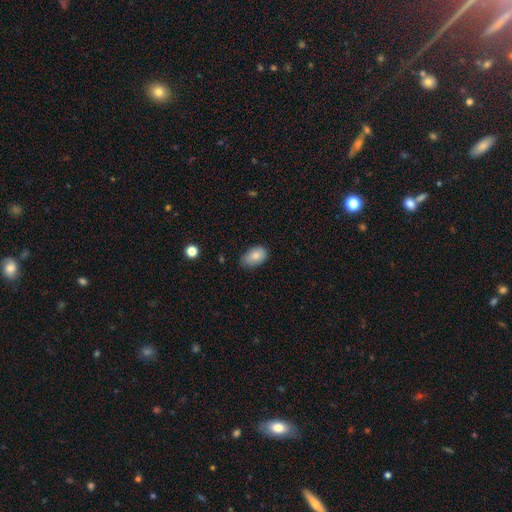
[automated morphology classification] Smooth or featured? Predicted: smooth (p=0.83). How rounded? Predicted: in between (p=0.90). Merging? Predicted: none (p=0.67).